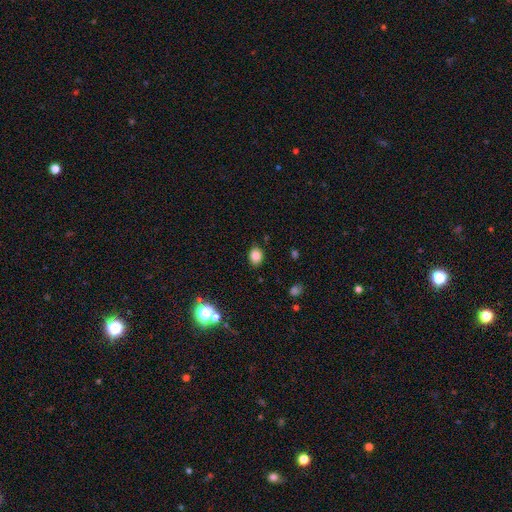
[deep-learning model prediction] Morphology: type=smooth (84%); roundness=in between (52%); merging=none (85%).